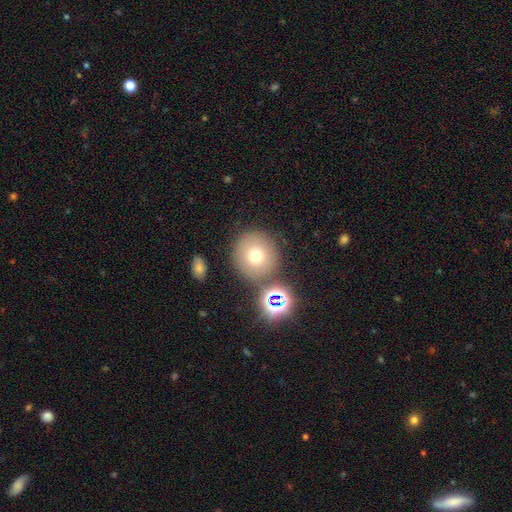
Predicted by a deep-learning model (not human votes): The model was most divided on "smooth or featured": smooth: 69%, star or artifact: 17%, featured or disk: 14%. More confident: how rounded — round (92%); merging — none (77%).